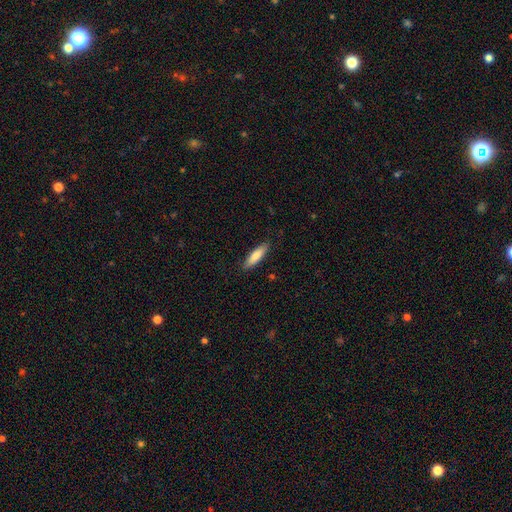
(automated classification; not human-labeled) Q: Smooth or featured?
A: smooth (76%); runner-up: featured or disk (18%)
Q: How rounded?
A: cigar-shaped (64%); runner-up: in between (34%)
Q: Merging?
A: none (87%); runner-up: minor disturbance (10%)